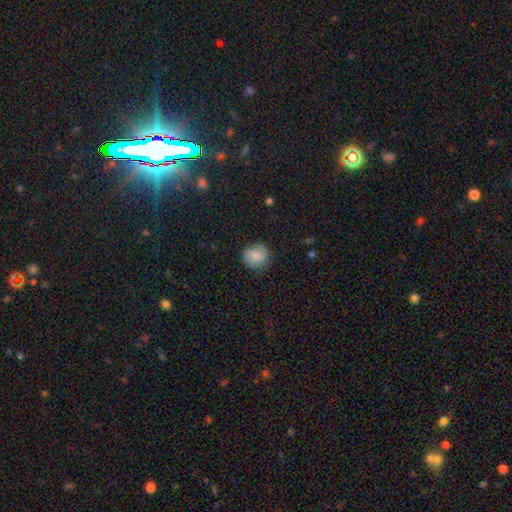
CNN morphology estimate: smooth_or_featured: smooth (p=0.83) [alt: featured or disk p=0.09]
how_rounded: round (p=0.85) [alt: in between p=0.14]
merging: none (p=0.81) [alt: minor disturbance p=0.14]